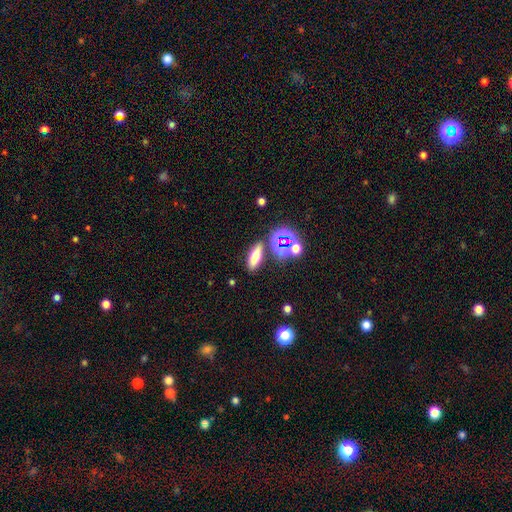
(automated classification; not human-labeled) This is likely a smooth galaxy (63%). How rounded: possibly in between (51%). Merging: likely none (75%).